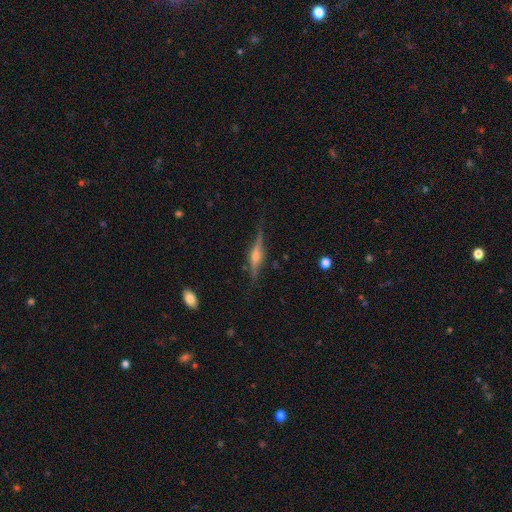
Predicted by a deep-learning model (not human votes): This is clearly a featured or disk galaxy (80%). It is clearly viewed edge-on (97%). Edge-on bulge: clearly rounded (86%). Merging: clearly none (83%).